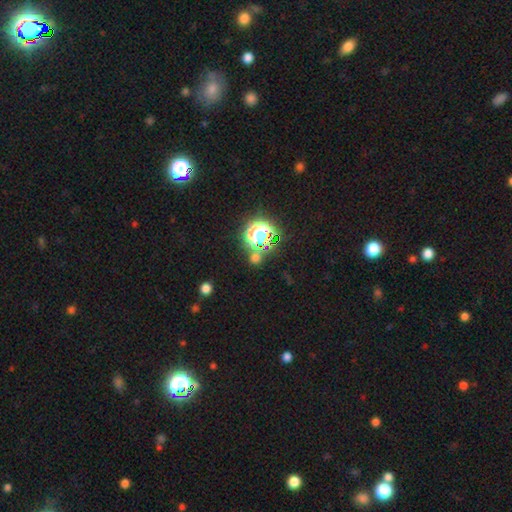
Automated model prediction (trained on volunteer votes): Smooth or featured? Predicted: star or artifact (p=0.62).